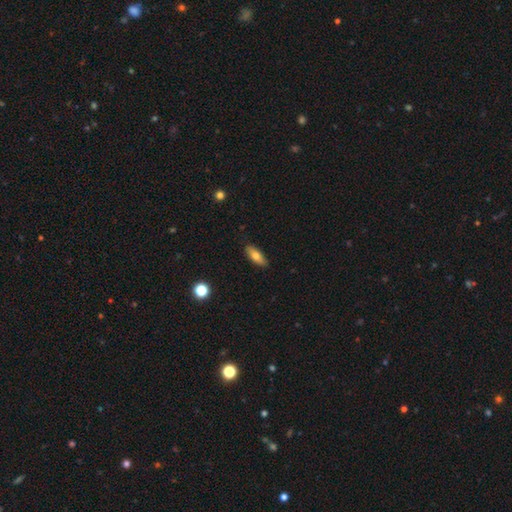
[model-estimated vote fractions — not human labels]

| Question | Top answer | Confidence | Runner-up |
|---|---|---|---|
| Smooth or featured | smooth | 73% | featured or disk (20%) |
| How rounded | in between | 72% | cigar-shaped (25%) |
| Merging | none | 87% | minor disturbance (10%) |